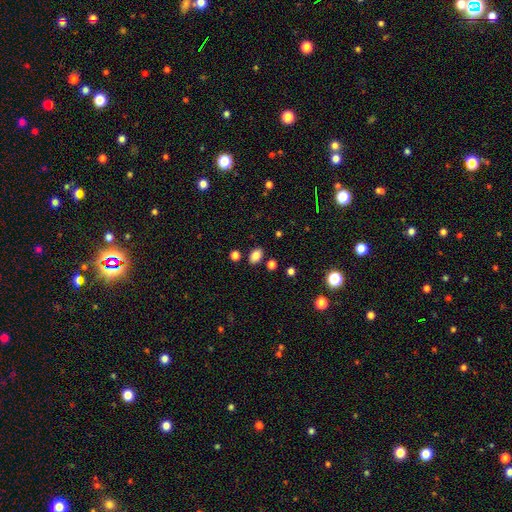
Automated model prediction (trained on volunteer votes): smooth-or-featured: smooth: 83% | star or artifact: 11% | featured or disk: 6%
  how-rounded: in between: 84% | round: 15% | cigar-shaped: 1%
  merging: none: 83% | minor disturbance: 9% | merger: 5% | major disturbance: 3%